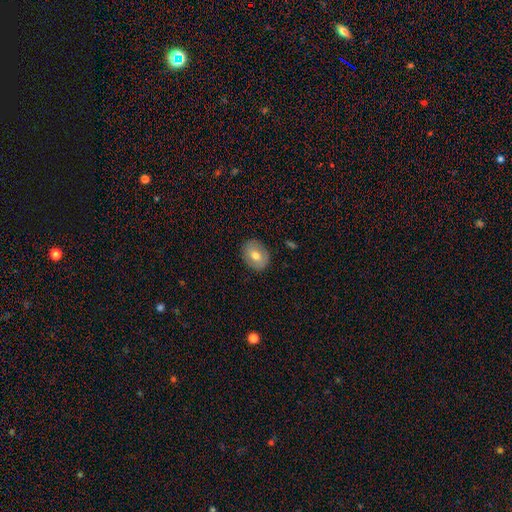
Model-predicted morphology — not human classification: This appears to be a smooth galaxy with no disk features (70%) that is in between round and cigar-shaped (54%). Merging: none (87%).